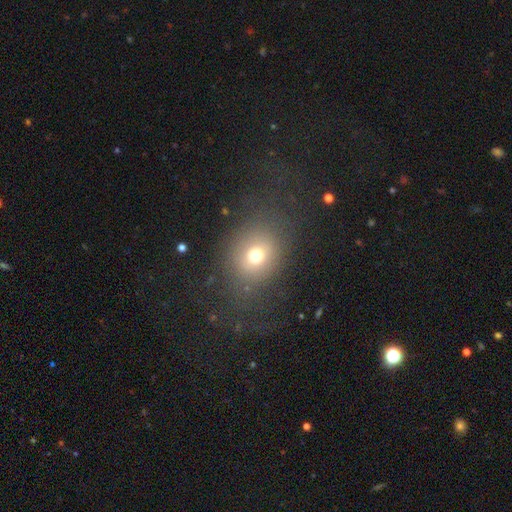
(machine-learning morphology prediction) This is likely a smooth galaxy (69%). How rounded: likely round (61%). Merging: likely none (73%).